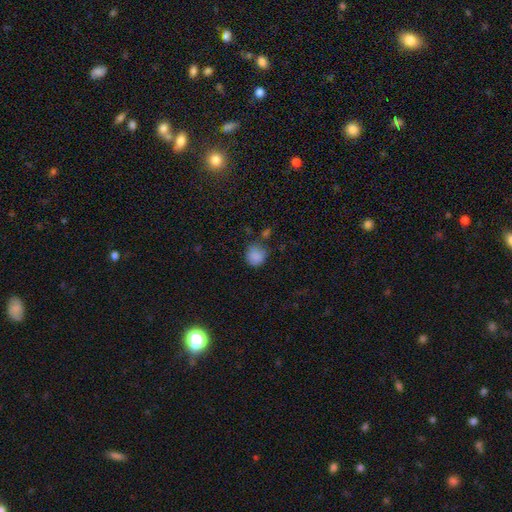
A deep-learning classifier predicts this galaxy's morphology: smooth 85%, star or artifact 11%, featured or disk 4%. Down the decision tree: how rounded — round (85%); merging — none (68%).